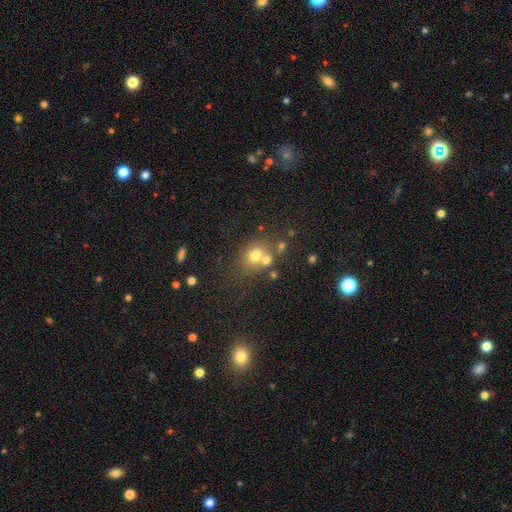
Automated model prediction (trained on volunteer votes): Smooth or featured?
  - smooth: 68% *
  - featured or disk: 16%
  - star or artifact: 16%
How rounded?
  - round: 64% *
  - in between: 35%
  - cigar-shaped: 1%
Merging?
  - none: 48% *
  - merger: 34%
  - minor disturbance: 11%
  - major disturbance: 6%